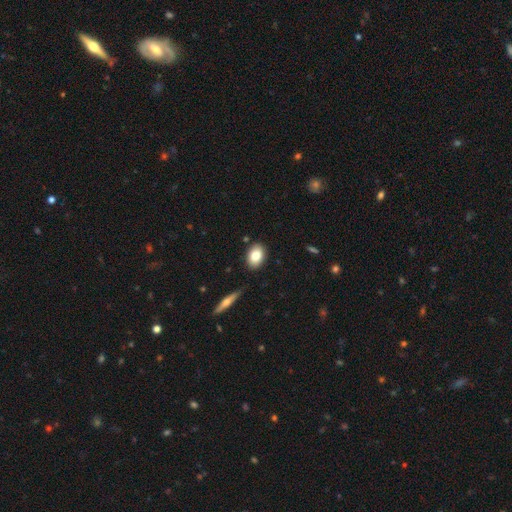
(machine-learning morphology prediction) A smooth galaxy with no disk features (82%) that is in between round and cigar-shaped (84%). Merging: none (86%).